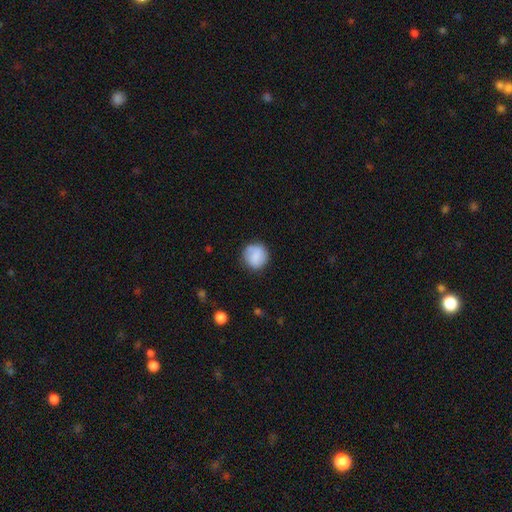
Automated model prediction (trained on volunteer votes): The model was most divided on "smooth or featured": smooth: 75%, featured or disk: 18%, star or artifact: 7%. More confident: how rounded — round (91%); merging — none (81%).